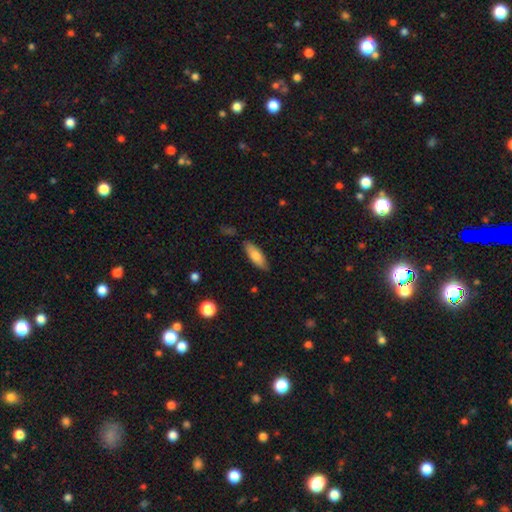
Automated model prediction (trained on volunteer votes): This is likely a smooth galaxy (78%). How rounded: likely in between (63%). Merging: clearly none (83%).